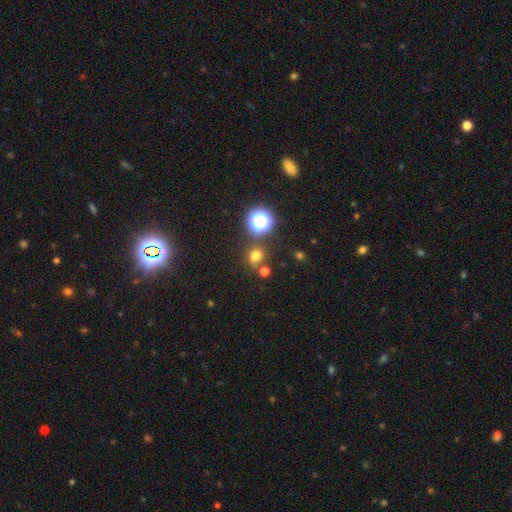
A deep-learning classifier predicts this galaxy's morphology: Smooth or featured: smooth — 66% (star or artifact — 27%)
How rounded: round — 70% (in between — 28%)
Merging: none — 72% (merger — 13%)